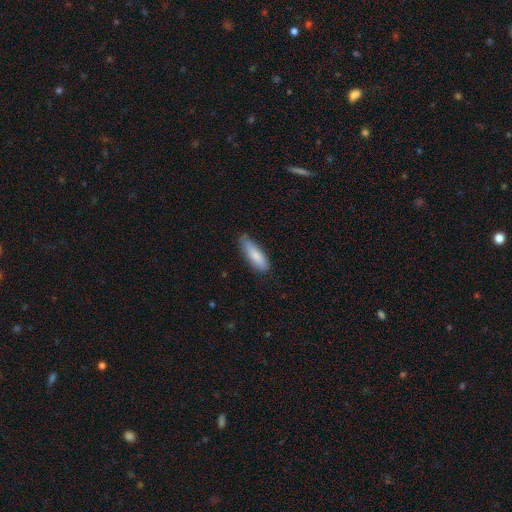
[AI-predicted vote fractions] Smooth or featured? smooth (82%)
How rounded? cigar-shaped (55%)
Merging? none (66%)